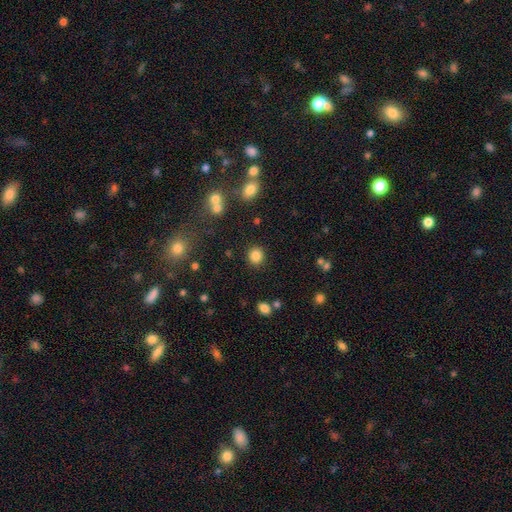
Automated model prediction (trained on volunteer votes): The model was most divided on "how rounded": round: 86%, in between: 13%, cigar-shaped: 1%. More confident: merging — none (89%); smooth or featured — smooth (85%).